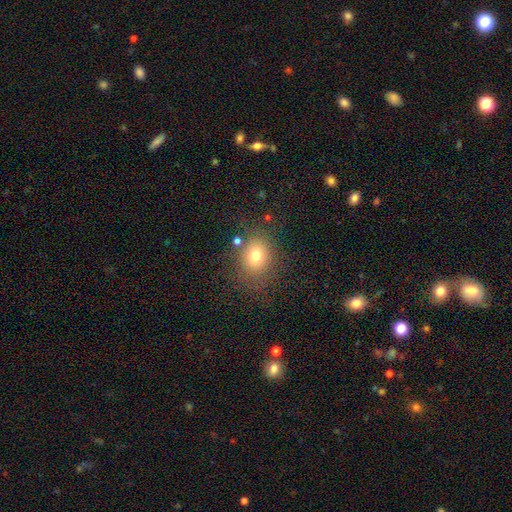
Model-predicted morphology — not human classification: A smooth galaxy with no disk features (75%) that is round (50%).

Vote fractions:
- Smooth or featured? smooth: 75% / star or artifact: 14% / featured or disk: 11%
- How rounded? round: 50% / in between: 49% / cigar-shaped: 1%
- Merging? none: 75% / minor disturbance: 14% / major disturbance: 7% / merger: 4%